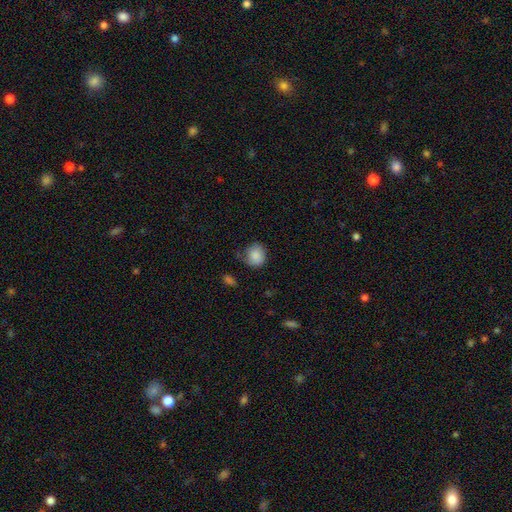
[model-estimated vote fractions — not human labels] smooth_or_featured: smooth (p=0.85) [alt: star or artifact p=0.08]
how_rounded: round (p=0.81) [alt: in between p=0.18]
merging: none (p=0.63) [alt: minor disturbance p=0.27]